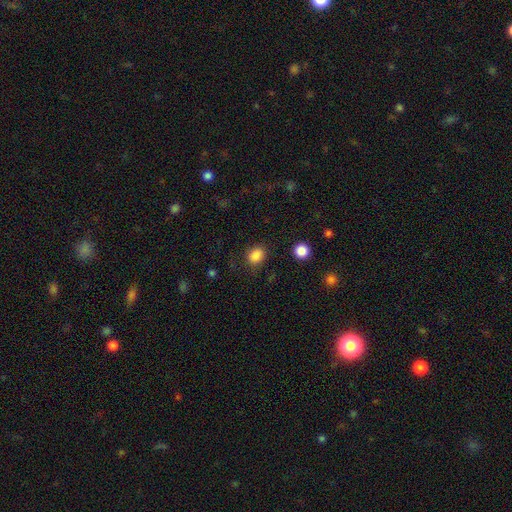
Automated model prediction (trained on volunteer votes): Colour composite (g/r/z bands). It shows a smooth galaxy with no disk features (85%) that is round (53%). Merging: none (81%).